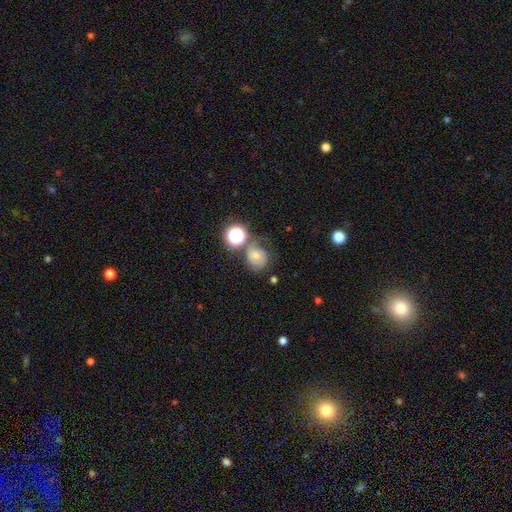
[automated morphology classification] This appears to be a smooth galaxy with no disk features (57%) that is round (74%). Merging: none (53%).